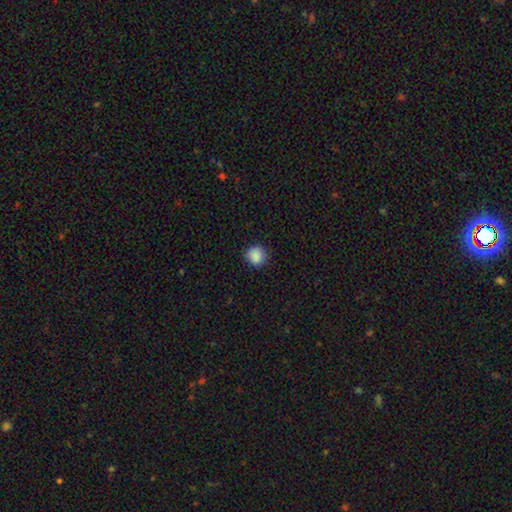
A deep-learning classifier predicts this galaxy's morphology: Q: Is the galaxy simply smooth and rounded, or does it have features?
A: smooth — 88%.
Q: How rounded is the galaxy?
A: round — 89%.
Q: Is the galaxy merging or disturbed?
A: none — 86%.